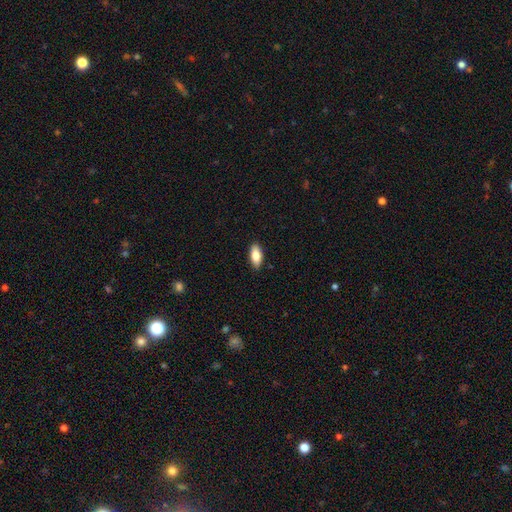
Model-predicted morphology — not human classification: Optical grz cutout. It shows a smooth galaxy with no disk features (83%) that is in between round and cigar-shaped (86%). Merging: none (89%).